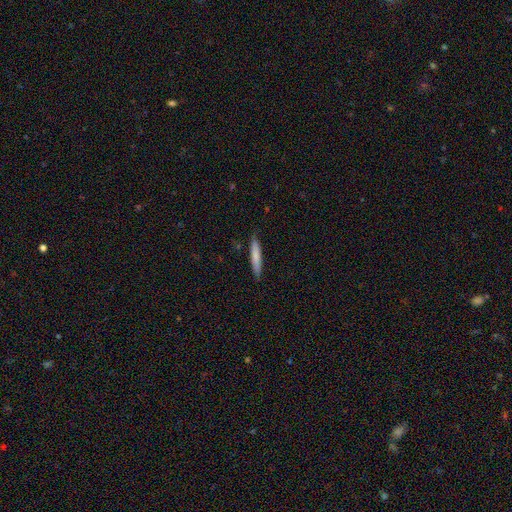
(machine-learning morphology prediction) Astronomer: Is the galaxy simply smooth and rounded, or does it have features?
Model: smooth — 75%.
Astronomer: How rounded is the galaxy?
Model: cigar-shaped — 92%.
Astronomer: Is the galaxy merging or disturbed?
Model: none — 85%.